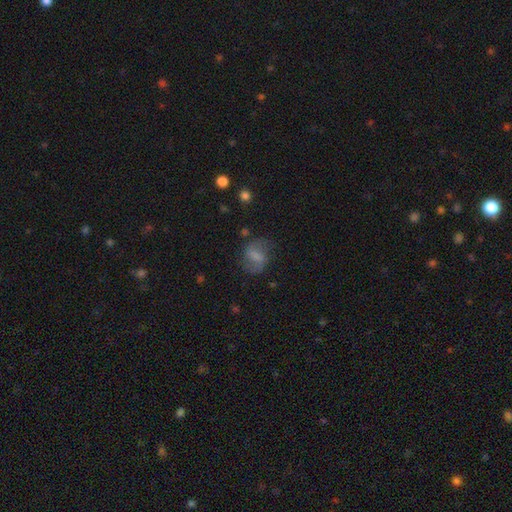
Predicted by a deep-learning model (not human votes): Morphology: type=smooth (46%); merging=none (66%).